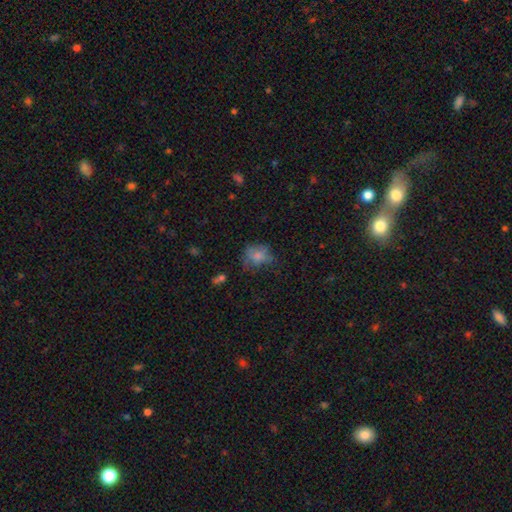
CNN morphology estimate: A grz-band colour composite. It shows a smooth galaxy with no disk features (64%) that is round (54%). Merging: none (49%).